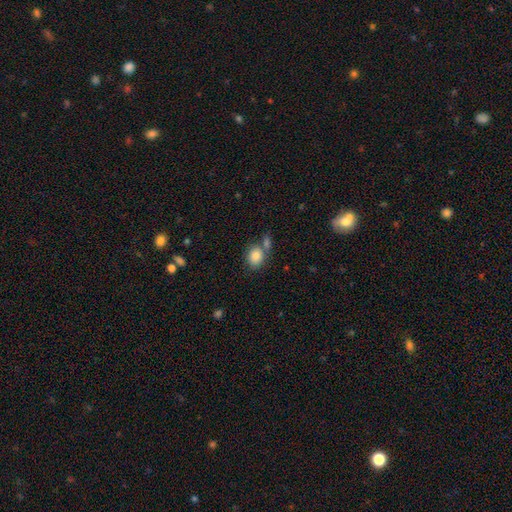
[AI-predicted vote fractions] This appears to be a smooth galaxy with no disk features (86%) that is round (56%). Merging: none (58%).